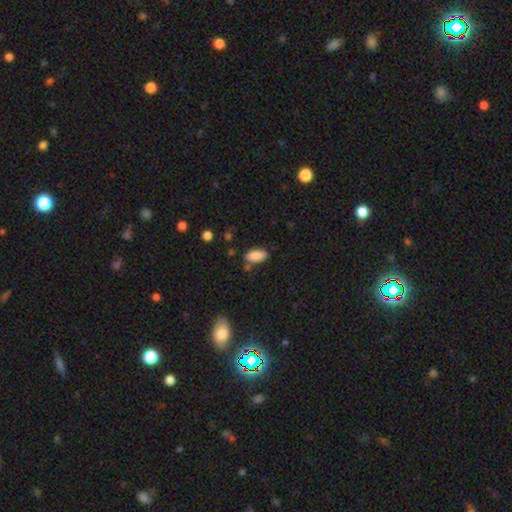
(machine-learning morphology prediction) The model was most divided on "merging": none: 72%, minor disturbance: 18%, merger: 6%, major disturbance: 4%. More confident: how rounded — in between (89%); smooth or featured — smooth (87%).